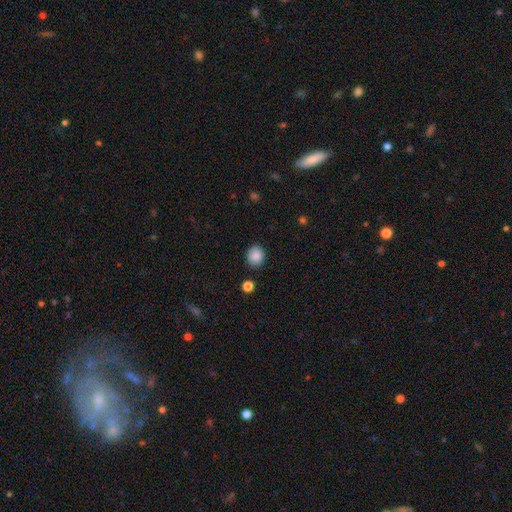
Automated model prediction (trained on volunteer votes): Smooth or featured? smooth (88%)
How rounded? round (77%)
Merging? none (88%)